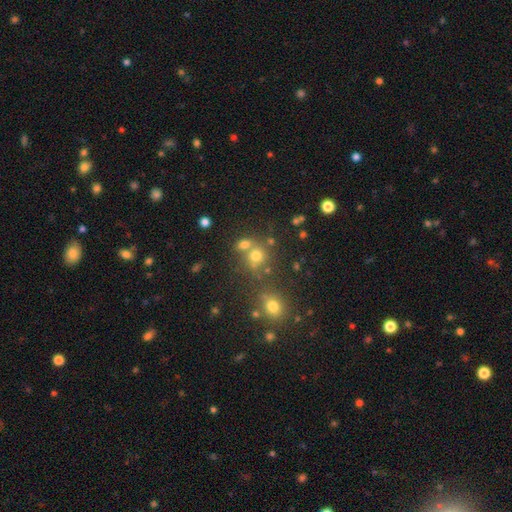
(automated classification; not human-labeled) Smooth or featured?
  - smooth: 68% *
  - star or artifact: 21%
  - featured or disk: 12%
How rounded?
  - round: 79% *
  - in between: 19%
  - cigar-shaped: 1%
Merging?
  - none: 52% *
  - merger: 33%
  - minor disturbance: 10%
  - major disturbance: 5%